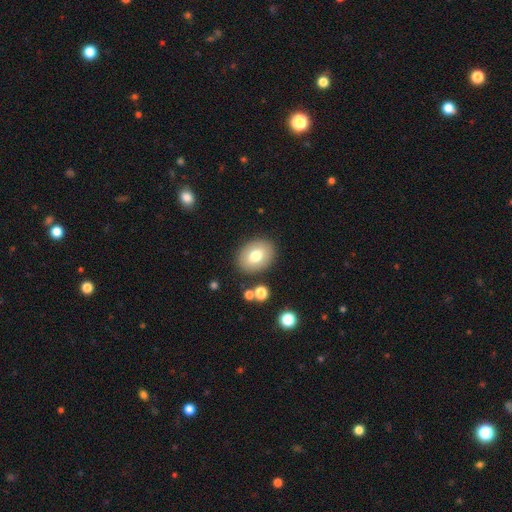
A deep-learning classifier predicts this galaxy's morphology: Q: Smooth or featured?
A: smooth (74%); runner-up: featured or disk (18%)
Q: How rounded?
A: in between (65%); runner-up: round (34%)
Q: Merging?
A: none (86%); runner-up: minor disturbance (9%)